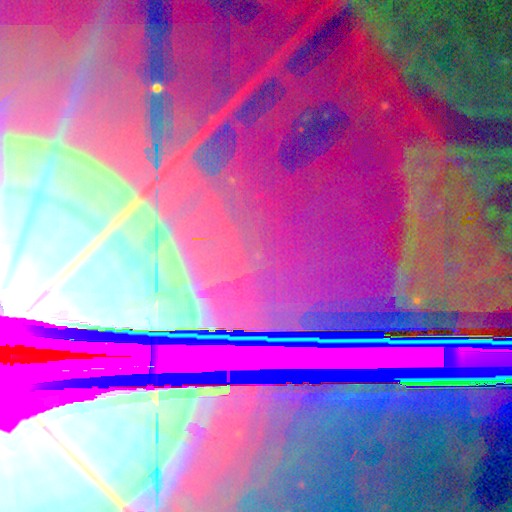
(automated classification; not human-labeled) Smooth or featured? Predicted: star or artifact (p=0.86).